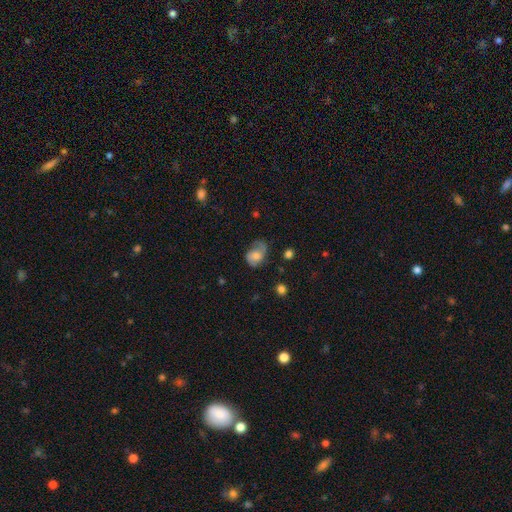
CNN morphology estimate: smooth 56%, featured or disk 35%, star or artifact 9%. Down the decision tree: how rounded — in between (71%); merging — none (43%).